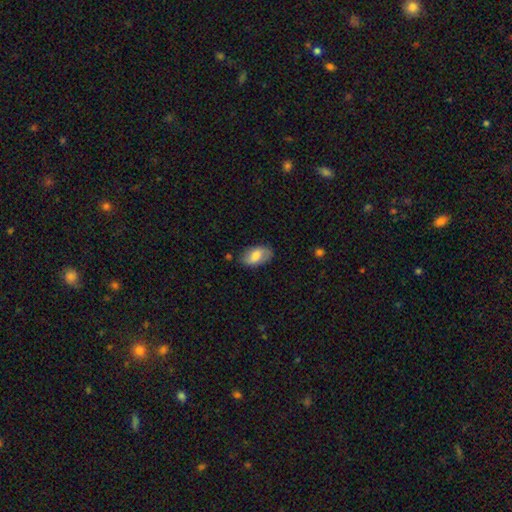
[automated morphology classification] Smooth or featured? Predicted: smooth (p=0.64). How rounded? Predicted: in between (p=0.93). Merging? Predicted: none (p=0.77).